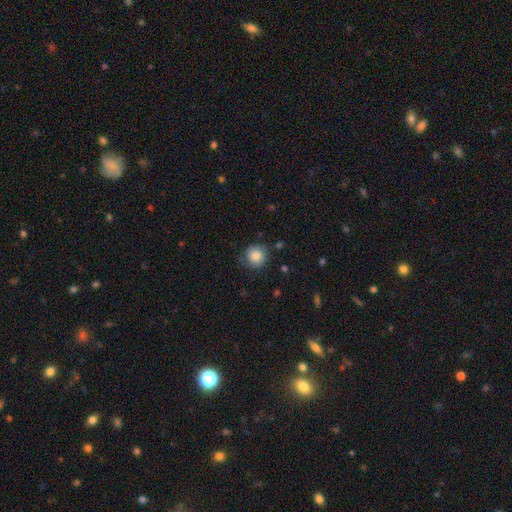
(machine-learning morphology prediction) The model was most divided on "merging": none: 72%, minor disturbance: 20%, major disturbance: 7%, merger: 2%. More confident: how rounded — round (89%); smooth or featured — smooth (76%).